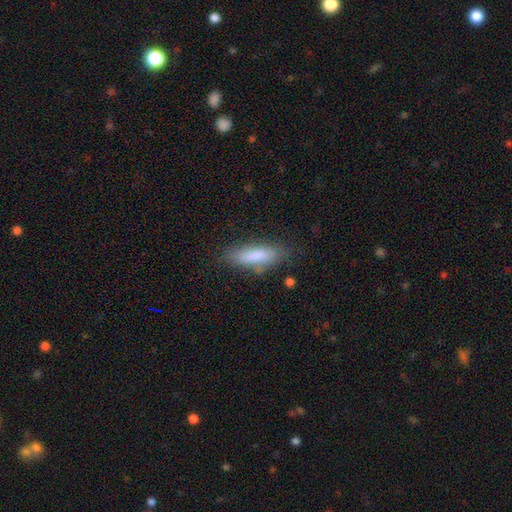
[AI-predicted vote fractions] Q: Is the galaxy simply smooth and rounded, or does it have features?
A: smooth — 79%.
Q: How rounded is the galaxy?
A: cigar-shaped — 53%.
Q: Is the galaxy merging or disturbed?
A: none — 73%.